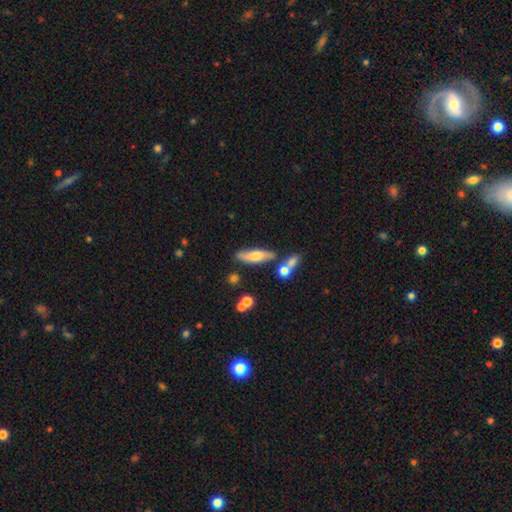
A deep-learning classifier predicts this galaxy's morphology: A smooth galaxy with no disk features (58%) that is cigar-shaped (61%). Merging: none (69%).